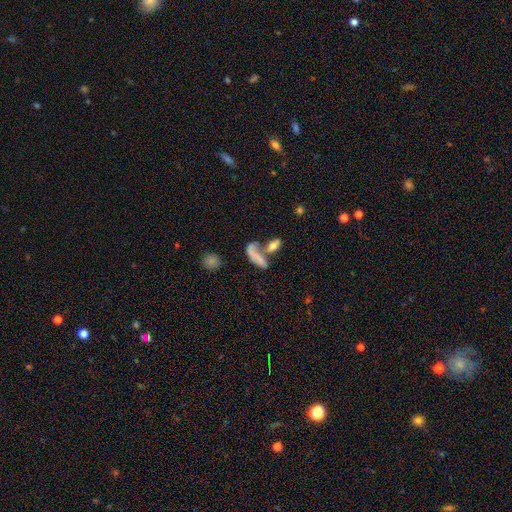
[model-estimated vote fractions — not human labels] Morphology: type=smooth (65%); roundness=in between (53%); merging=merger (50%).